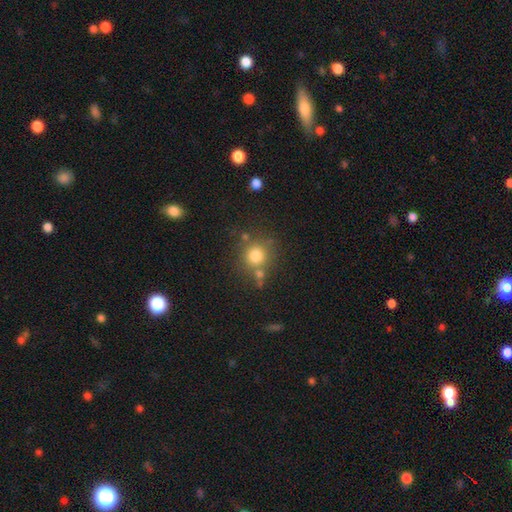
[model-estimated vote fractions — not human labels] Smooth or featured: smooth — 77% (star or artifact — 13%)
How rounded: round — 90% (in between — 9%)
Merging: none — 69% (merger — 15%)